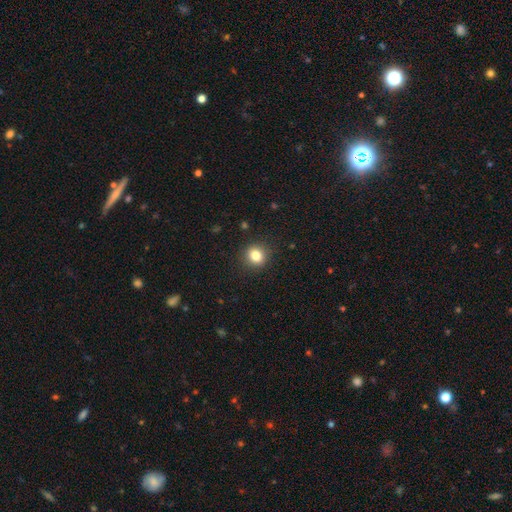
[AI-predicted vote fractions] Smooth or featured? smooth (83%)
How rounded? round (79%)
Merging? none (90%)